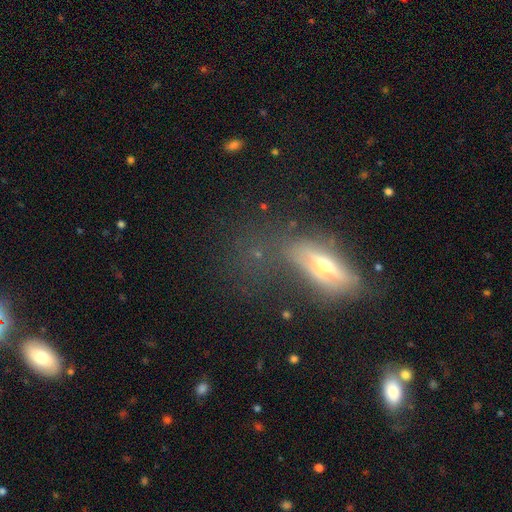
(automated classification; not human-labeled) smooth-or-featured: smooth: 44% | featured or disk: 38% | star or artifact: 18%
  merging: none: 36% | major disturbance: 35% | minor disturbance: 22% | merger: 7%